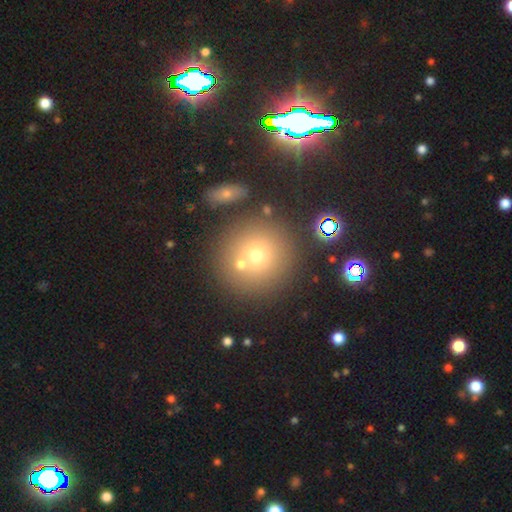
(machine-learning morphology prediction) Smooth or featured? Predicted: smooth (p=0.61). How rounded? Predicted: round (p=0.94). Merging? Predicted: none (p=0.73).